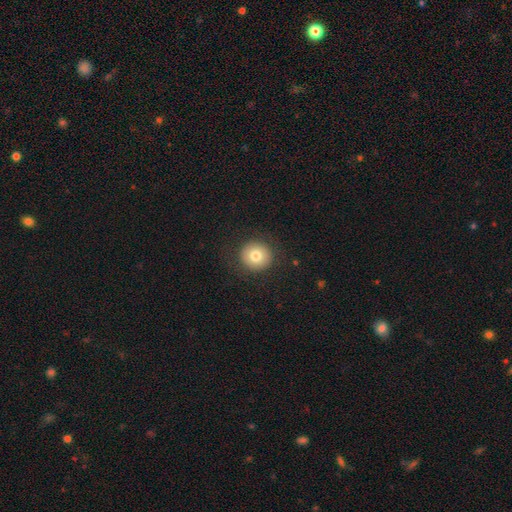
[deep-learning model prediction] Smooth or featured: smooth — 79% (featured or disk — 12%)
How rounded: round — 92% (in between — 7%)
Merging: none — 89% (minor disturbance — 7%)